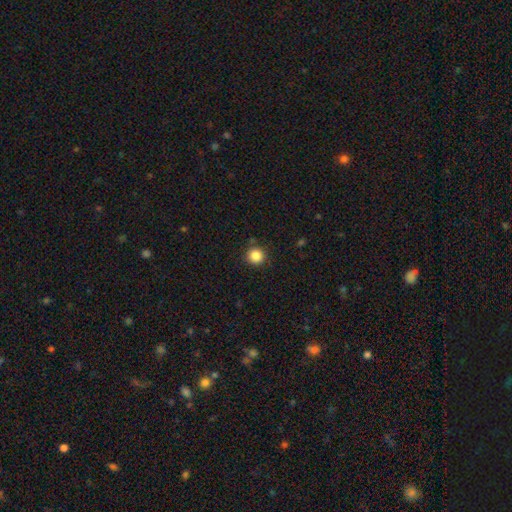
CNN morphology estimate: The model was most divided on "smooth or featured": smooth: 86%, star or artifact: 11%, featured or disk: 3%. More confident: how rounded — round (94%); merging — none (88%).